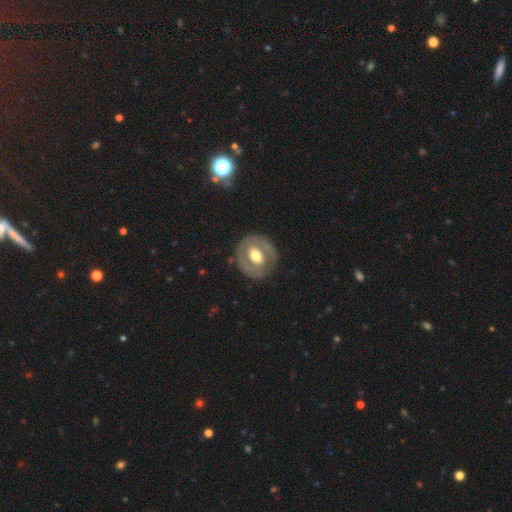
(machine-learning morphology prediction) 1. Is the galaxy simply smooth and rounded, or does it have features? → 55% featured or disk, 39% smooth, 6% star or artifact.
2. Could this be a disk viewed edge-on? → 94% no, 6% yes.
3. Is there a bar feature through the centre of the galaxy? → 49% no, 33% weak, 18% strong.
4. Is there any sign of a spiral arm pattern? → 78% no, 22% yes.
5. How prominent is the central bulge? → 66% moderate, 23% large, 8% small, 2% dominant, 1% none.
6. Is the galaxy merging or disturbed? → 80% none, 13% minor disturbance, 5% major disturbance, 1% merger.